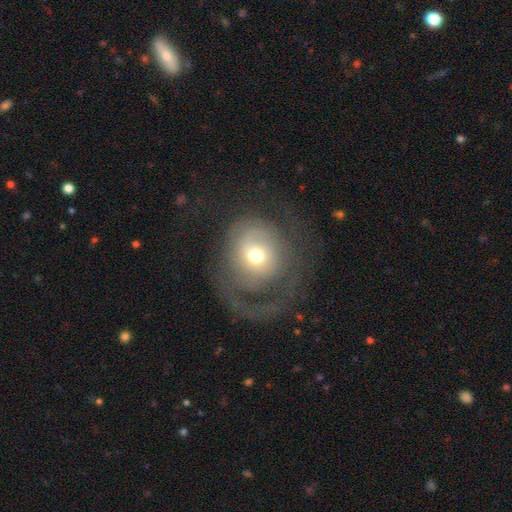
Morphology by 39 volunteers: This is possibly a featured or disk galaxy (51%). It is clearly not viewed edge-on (90%). Bar: likely no (78%). Spiral arm pattern: likely yes (67%). Spiral arm count: possibly 1 (58%). Spiral winding: possibly medium (58%). Central bulge: likely moderate (67%). Merging: possibly none (46%).